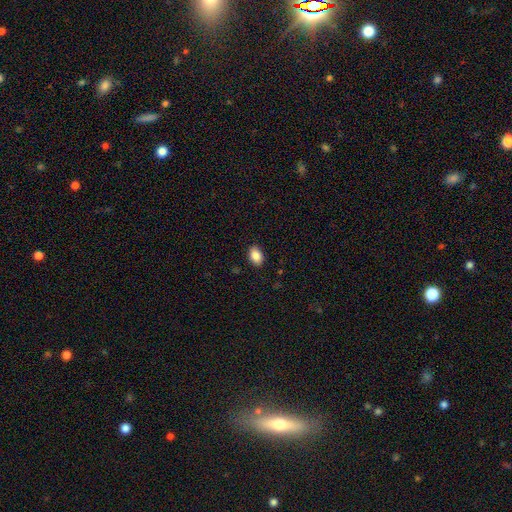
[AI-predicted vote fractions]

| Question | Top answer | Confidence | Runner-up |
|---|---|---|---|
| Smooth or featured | smooth | 88% | star or artifact (8%) |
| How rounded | in between | 84% | round (14%) |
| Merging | none | 88% | minor disturbance (9%) |